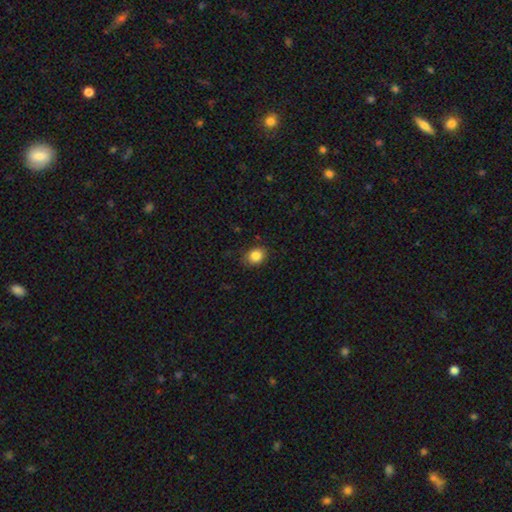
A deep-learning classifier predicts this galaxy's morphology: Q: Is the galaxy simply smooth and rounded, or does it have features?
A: smooth — 85%.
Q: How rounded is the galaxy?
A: round — 54%.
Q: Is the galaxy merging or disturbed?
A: none — 84%.